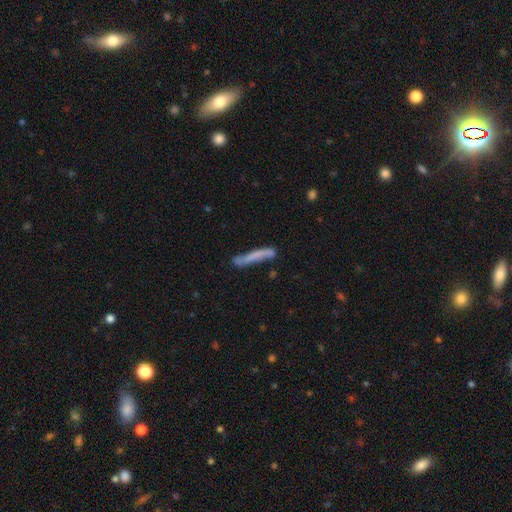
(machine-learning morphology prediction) The model was most divided on "smooth or featured": smooth: 58%, featured or disk: 35%, star or artifact: 7%. More confident: how rounded — cigar-shaped (95%); merging — none (68%).